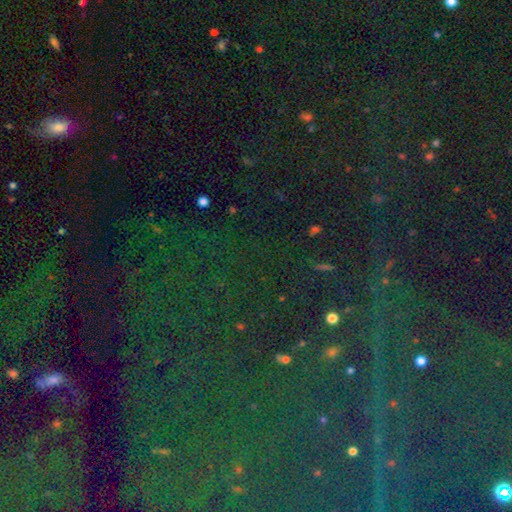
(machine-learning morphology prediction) A star or artifact, not a galaxy (80%).